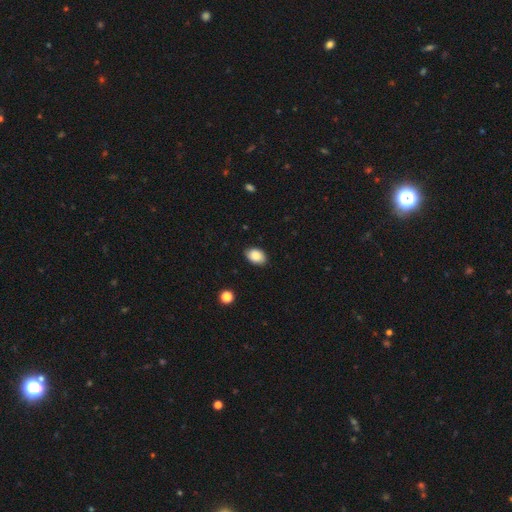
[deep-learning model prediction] A smooth galaxy with no disk features (87%) that is in between round and cigar-shaped (87%). Merging: none (85%).